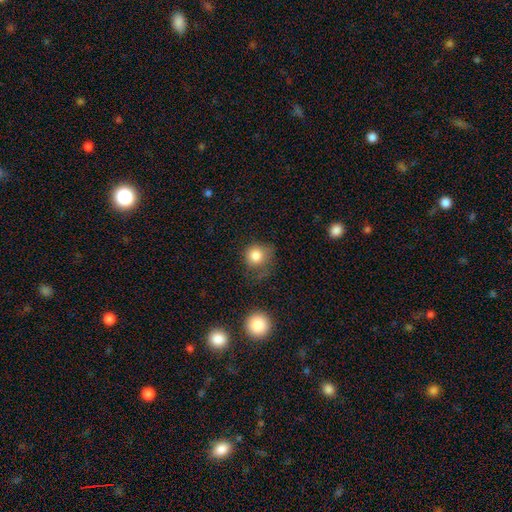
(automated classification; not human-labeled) Smooth or featured: smooth — 82% (star or artifact — 11%)
How rounded: round — 87% (in between — 12%)
Merging: none — 57% (minor disturbance — 27%)